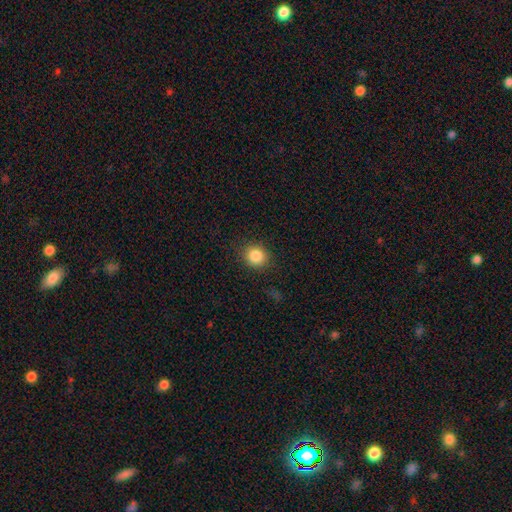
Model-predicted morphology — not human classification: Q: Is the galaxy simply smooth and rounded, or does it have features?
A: smooth — 85%.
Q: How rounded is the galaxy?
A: round — 80%.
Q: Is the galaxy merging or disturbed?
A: none — 87%.